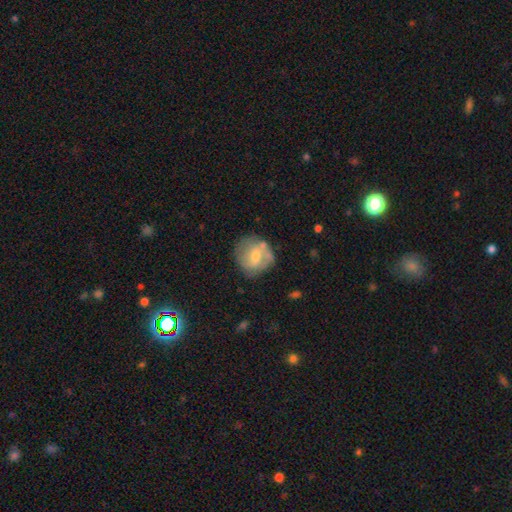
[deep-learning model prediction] Morphology: type=featured or disk (51%); edge-on=no (97%); merging=none (67%).